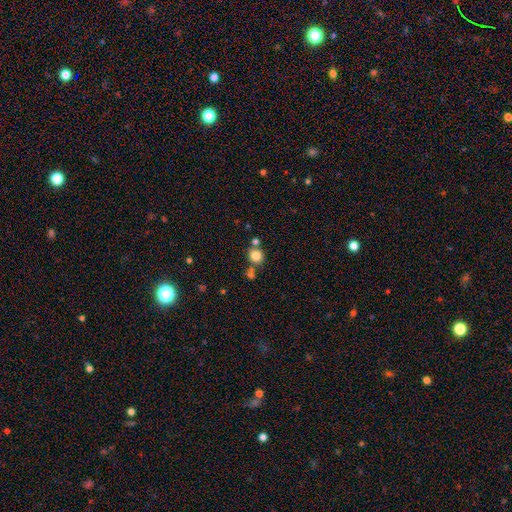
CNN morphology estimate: Smooth or featured? smooth (81%)
How rounded? round (87%)
Merging? none (65%)